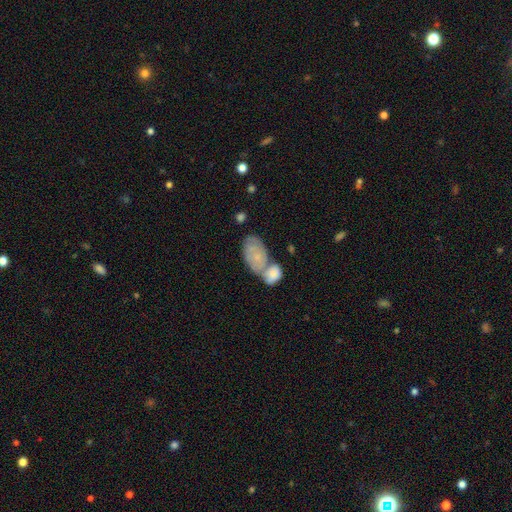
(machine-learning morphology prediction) smooth_or_featured: smooth (p=0.49) [alt: featured or disk p=0.44]
merging: merger (p=0.53) [alt: none p=0.29]